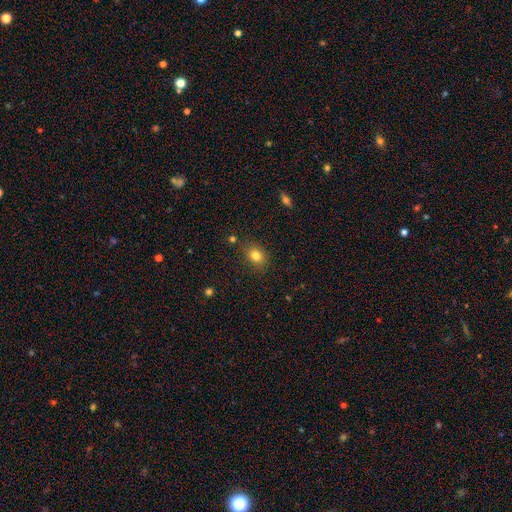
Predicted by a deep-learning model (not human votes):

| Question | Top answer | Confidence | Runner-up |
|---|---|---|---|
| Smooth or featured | smooth | 81% | star or artifact (11%) |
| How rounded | in between | 57% | round (42%) |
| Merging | none | 81% | minor disturbance (13%) |